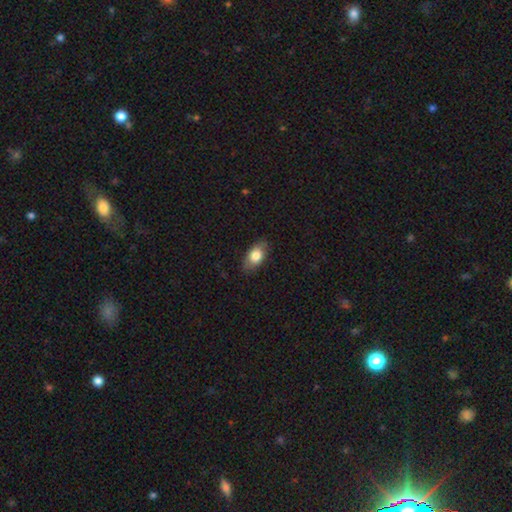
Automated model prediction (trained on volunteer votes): The model was most divided on "smooth or featured": smooth: 79%, featured or disk: 14%, star or artifact: 7%. More confident: how rounded — in between (88%); merging — none (81%).